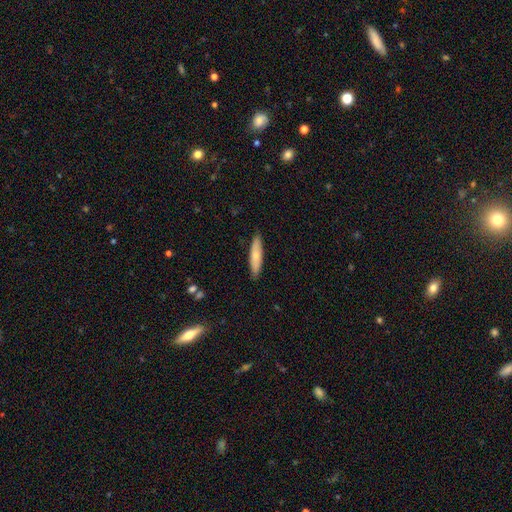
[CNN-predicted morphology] Smooth or featured? smooth (65%)
How rounded? cigar-shaped (76%)
Merging? none (88%)